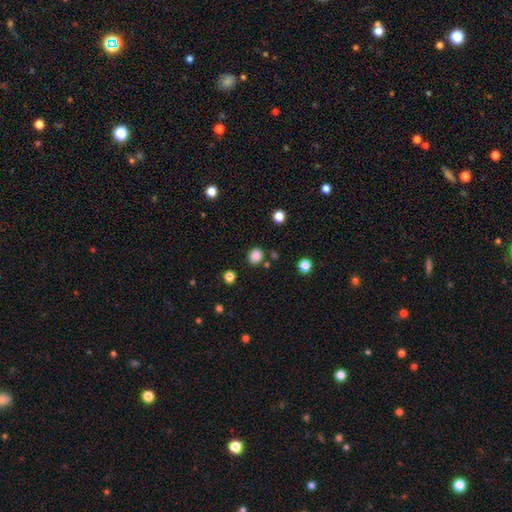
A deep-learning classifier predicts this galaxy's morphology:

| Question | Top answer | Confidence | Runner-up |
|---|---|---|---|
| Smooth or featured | smooth | 85% | star or artifact (12%) |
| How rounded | round | 68% | in between (31%) |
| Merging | none | 83% | minor disturbance (10%) |